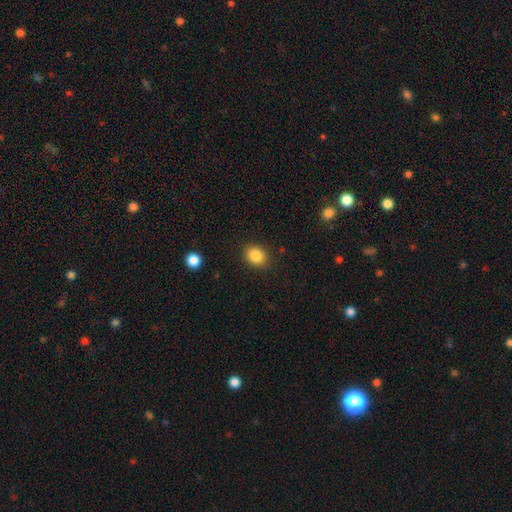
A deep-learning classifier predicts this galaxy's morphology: smooth-or-featured: smooth: 86% | star or artifact: 9% | featured or disk: 5%
  how-rounded: in between: 53% | round: 46% | cigar-shaped: 1%
  merging: none: 88% | minor disturbance: 9% | major disturbance: 3% | merger: 1%